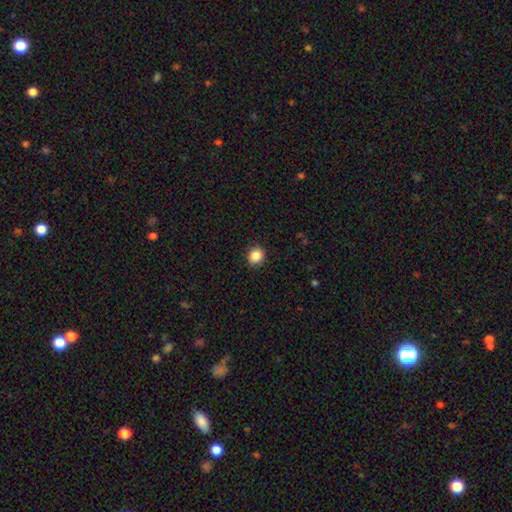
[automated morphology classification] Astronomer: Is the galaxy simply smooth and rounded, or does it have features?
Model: smooth — 87%.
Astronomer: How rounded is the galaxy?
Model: round — 81%.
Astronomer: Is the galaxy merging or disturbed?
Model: none — 91%.